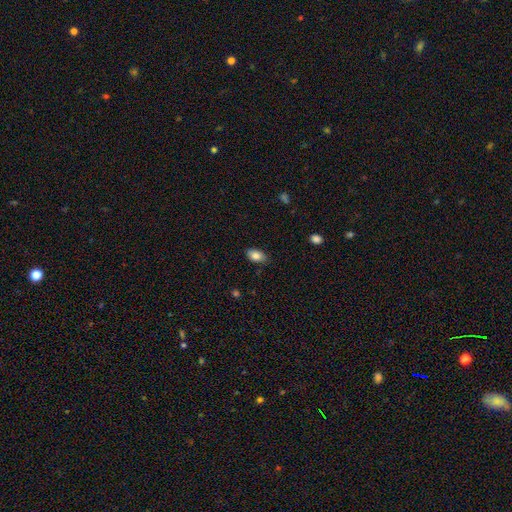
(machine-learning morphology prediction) This appears to be a smooth galaxy with no disk features (84%) that is in between round and cigar-shaped (90%). Merging: none (84%).